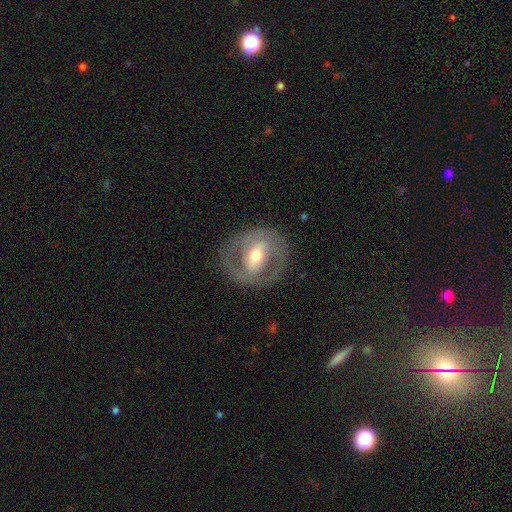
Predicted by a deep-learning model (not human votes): Smooth or featured? featured or disk (73%)
Edge-on disk? no (94%)
Bar? strong (42%)
Spiral arms? yes (61%)
Bulge size? moderate (69%)
Merging? none (79%)